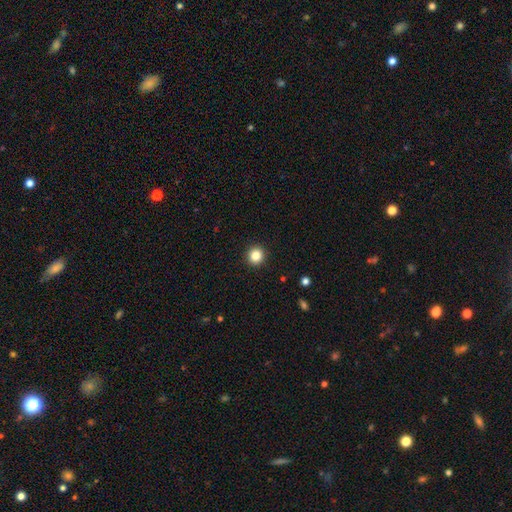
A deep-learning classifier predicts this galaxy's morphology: Smooth or featured? smooth (84%)
How rounded? round (94%)
Merging? none (93%)